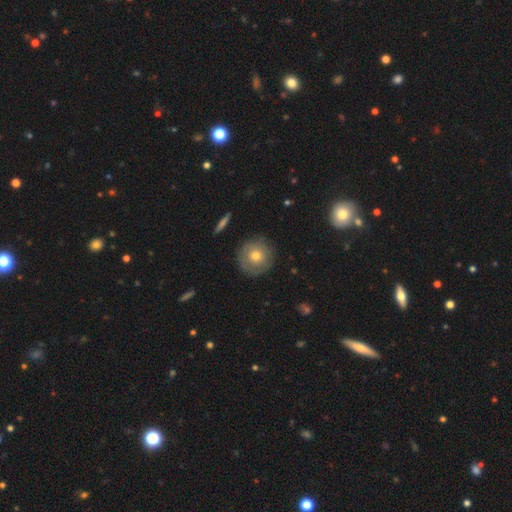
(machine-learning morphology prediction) Smooth or featured? smooth (59%)
How rounded? round (94%)
Merging? none (84%)